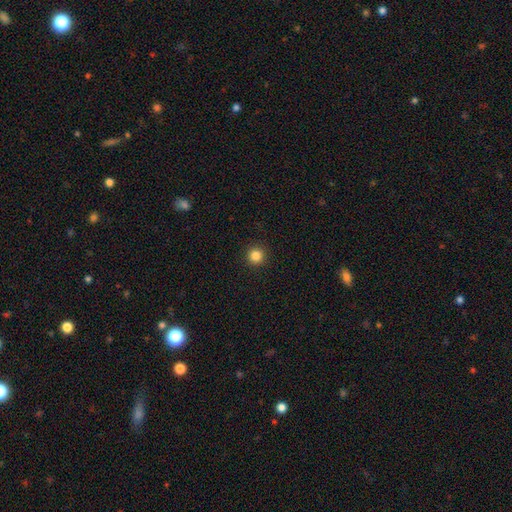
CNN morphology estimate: Smooth or featured? smooth (84%)
How rounded? round (96%)
Merging? none (93%)